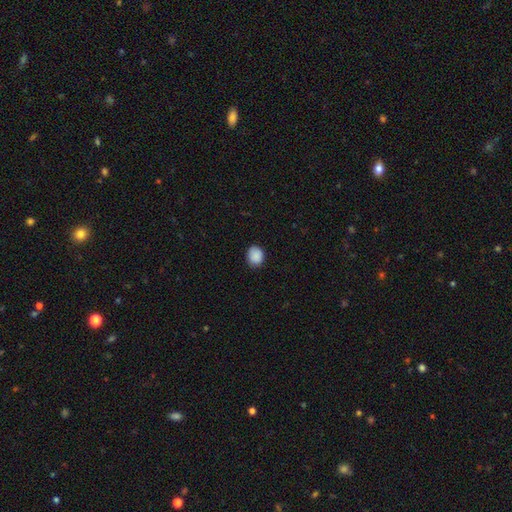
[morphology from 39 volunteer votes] smooth 95%, featured or disk 5%, star or artifact 0%. Down the decision tree: how rounded — round (65%); merging — none (64%).